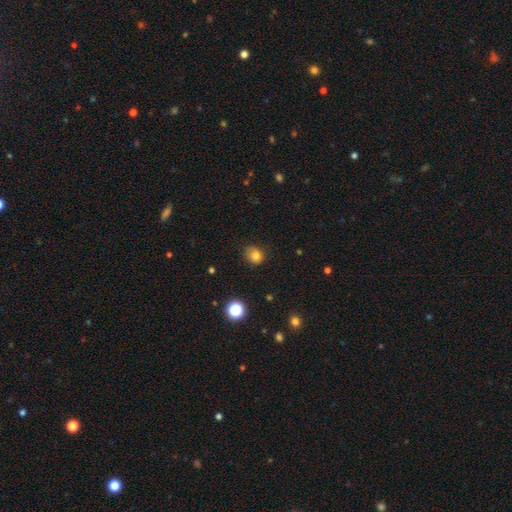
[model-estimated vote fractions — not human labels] smooth-or-featured: smooth: 79% | star or artifact: 14% | featured or disk: 7%
  how-rounded: round: 69% | in between: 30% | cigar-shaped: 1%
  merging: none: 72% | minor disturbance: 21% | major disturbance: 5% | merger: 2%